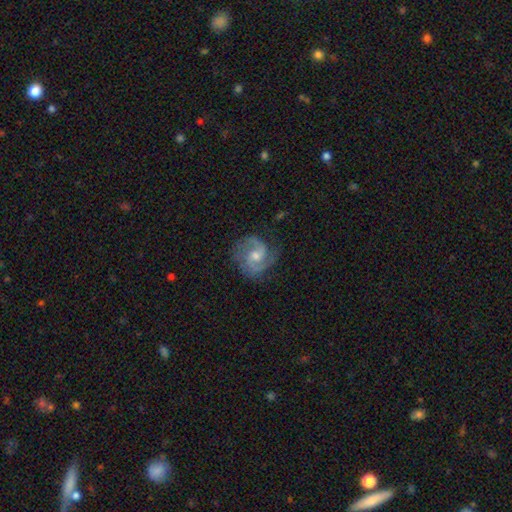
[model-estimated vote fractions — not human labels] This appears to be a featured or disk galaxy (88%) with no bar (51%), 2 (80%) medium (55%) spiral arms (98%) and a moderate central bulge (59%). Merging: none (73%).